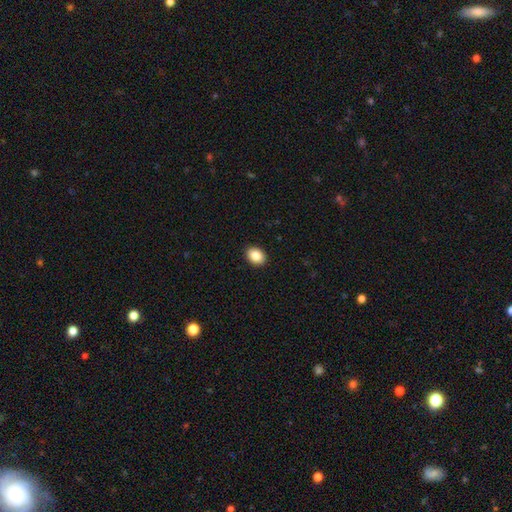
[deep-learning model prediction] smooth 87%, star or artifact 8%, featured or disk 5%. Down the decision tree: how rounded — in between (62%); merging — none (92%).